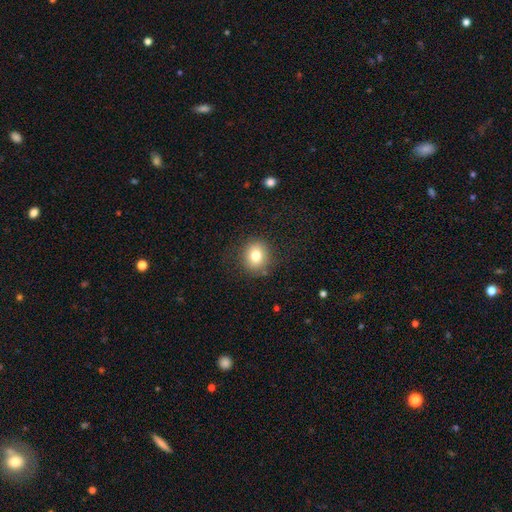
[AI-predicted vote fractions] Smooth or featured: smooth — 80% (star or artifact — 10%)
How rounded: round — 75% (in between — 24%)
Merging: none — 84% (minor disturbance — 10%)